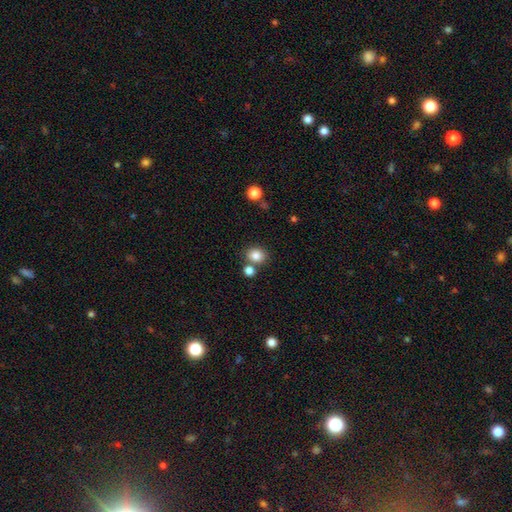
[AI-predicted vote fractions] The model was most divided on "how rounded": round: 69%, in between: 30%, cigar-shaped: 1%. More confident: smooth or featured — smooth (83%); merging — none (70%).